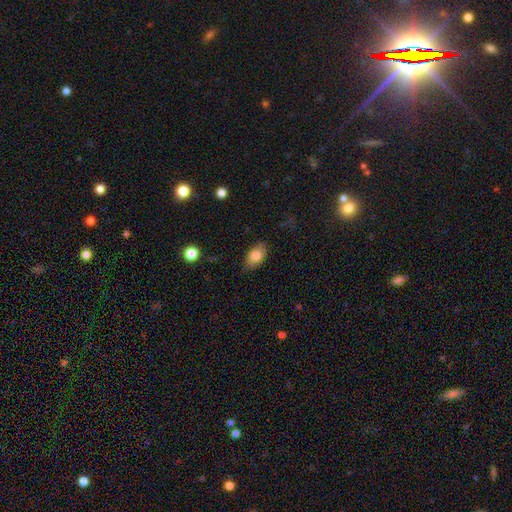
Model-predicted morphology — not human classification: smooth_or_featured: smooth (p=0.82) [alt: featured or disk p=0.10]
how_rounded: in between (p=0.90) [alt: round p=0.08]
merging: none (p=0.82) [alt: minor disturbance p=0.14]